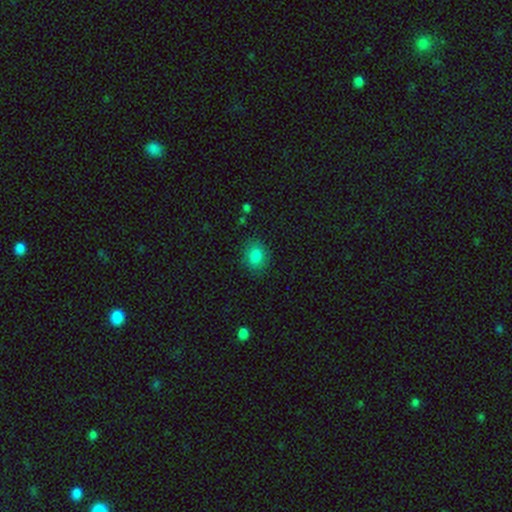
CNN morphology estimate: Q: Smooth or featured?
A: smooth (84%); runner-up: star or artifact (10%)
Q: How rounded?
A: in between (54%); runner-up: round (44%)
Q: Merging?
A: none (84%); runner-up: minor disturbance (11%)